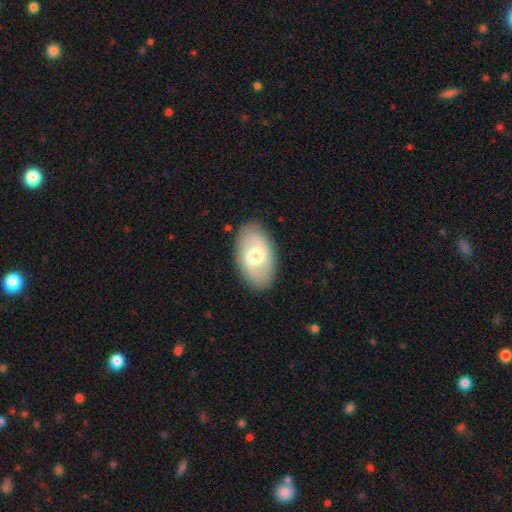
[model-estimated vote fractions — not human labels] Morphology: type=featured or disk (48%); merging=none (85%).